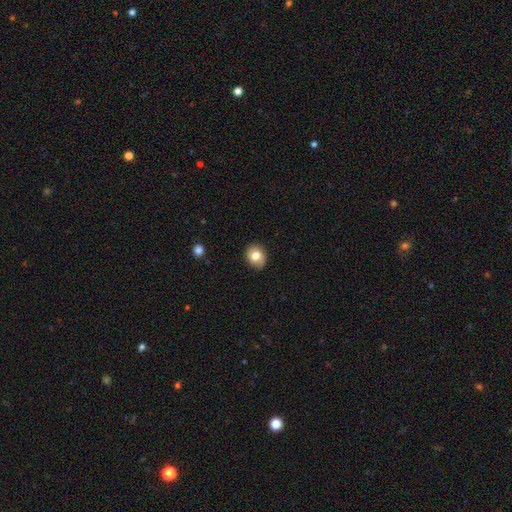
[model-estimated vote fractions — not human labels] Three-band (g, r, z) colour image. It shows a smooth galaxy with no disk features (78%) that is round (57%). Merging: none (83%).